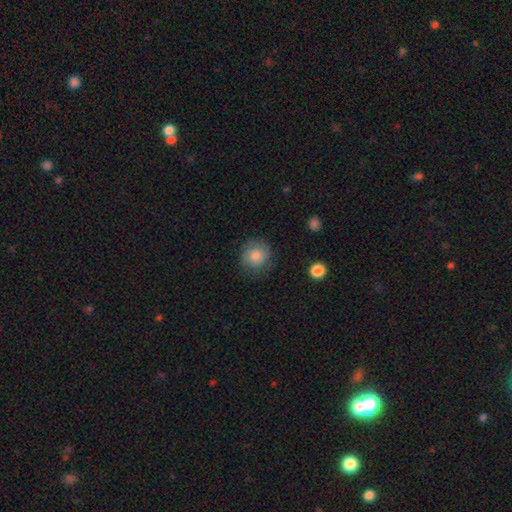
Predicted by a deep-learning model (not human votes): Morphology: type=smooth (83%); roundness=round (90%); merging=none (82%).